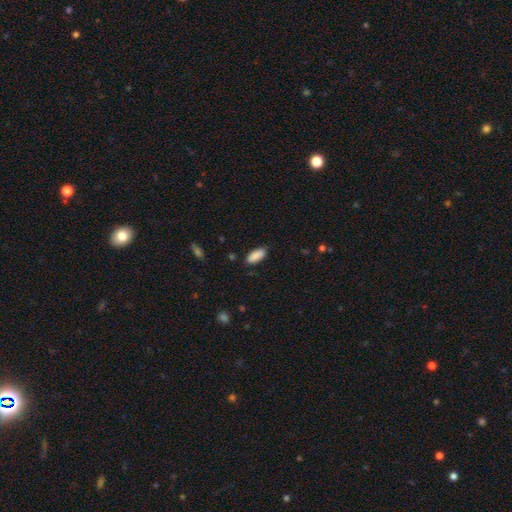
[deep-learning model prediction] This appears to be a smooth galaxy with no disk features (90%) that is in between round and cigar-shaped (83%). Merging: none (86%).